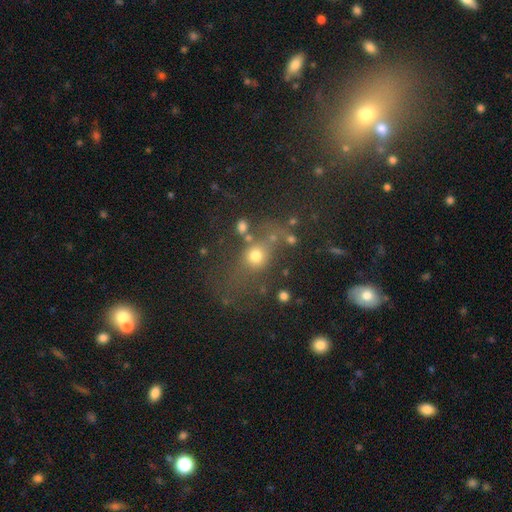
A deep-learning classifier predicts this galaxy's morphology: type=smooth (64%); roundness=round (59%); merging=none (53%).